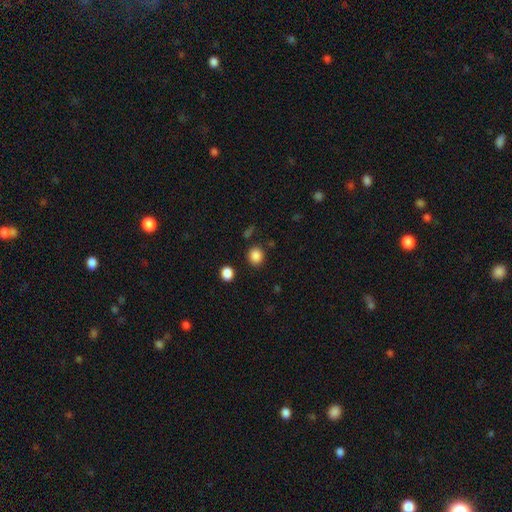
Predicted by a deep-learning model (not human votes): The model was most divided on "how rounded": round: 80%, in between: 19%, cigar-shaped: 1%. More confident: merging — none (86%); smooth or featured — smooth (86%).